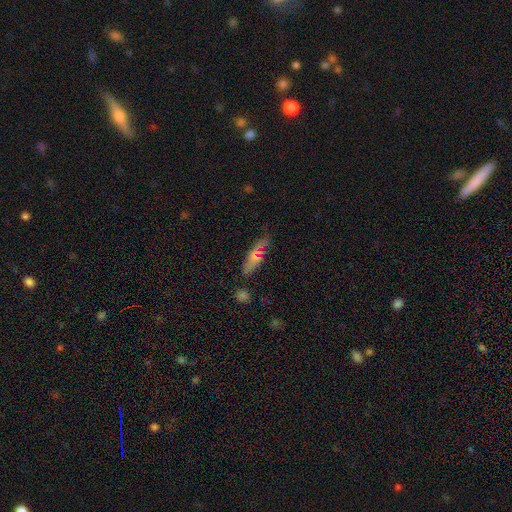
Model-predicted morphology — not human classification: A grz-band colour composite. It shows a smooth galaxy with no disk features (60%) that is cigar-shaped (52%). Merging: none (79%).